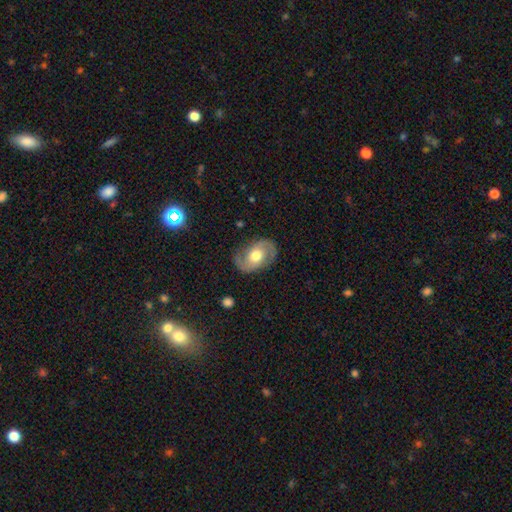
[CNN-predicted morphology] featured or disk 75%, smooth 19%, star or artifact 6%. Down the decision tree: edge-on disk — no (97%); bar — no (66%); spiral arms — yes (88%); spiral arm count — 2 (90%); spiral winding — medium (48%); bulge size — moderate (72%); merging — none (78%).